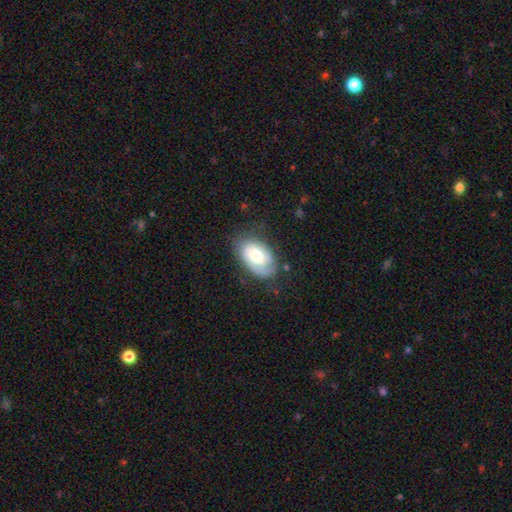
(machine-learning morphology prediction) This is likely a featured or disk galaxy (69%). It is clearly not viewed edge-on (95%). Bar: likely no (61%). Spiral arm pattern: clearly yes (90%). Spiral arm count: marginally 2 (40%). Spiral winding: possibly tight (56%). Central bulge: likely moderate (63%). Merging: likely none (68%).